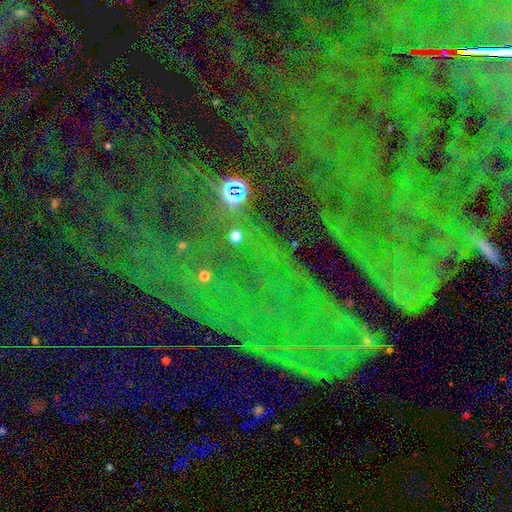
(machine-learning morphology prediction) The model was most divided on "smooth or featured": star or artifact: 79%, featured or disk: 12%, smooth: 9%.